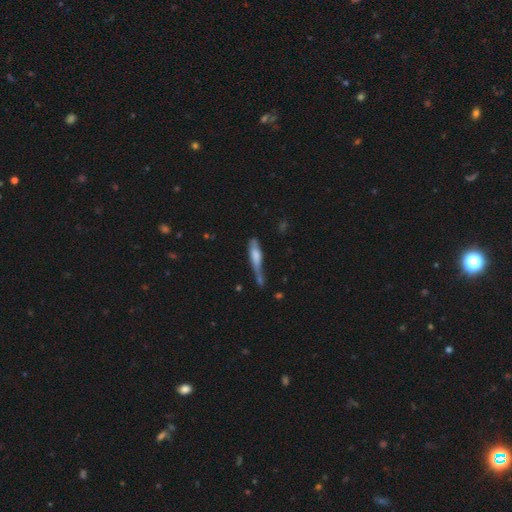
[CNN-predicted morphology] smooth_or_featured: smooth (p=0.60) [alt: featured or disk p=0.33]
how_rounded: cigar-shaped (p=0.75) [alt: in between p=0.23]
merging: none (p=0.31) [alt: minor disturbance p=0.29]